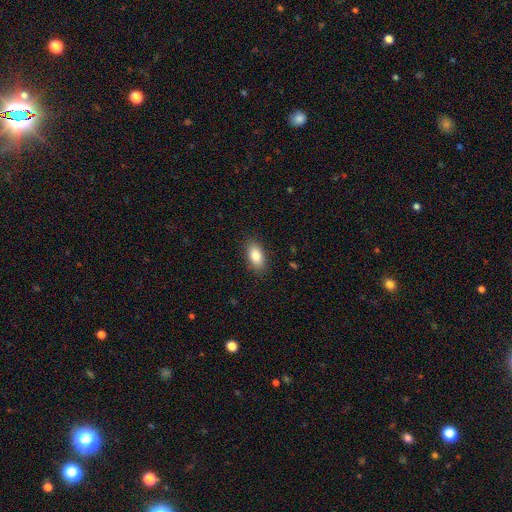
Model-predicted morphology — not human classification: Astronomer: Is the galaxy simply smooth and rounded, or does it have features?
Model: smooth — 84%.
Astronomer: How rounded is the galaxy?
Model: in between — 90%.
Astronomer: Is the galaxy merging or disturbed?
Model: none — 87%.